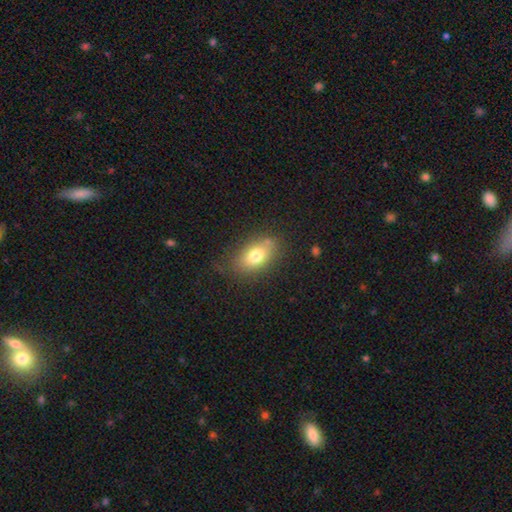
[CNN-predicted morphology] This is likely a smooth galaxy (75%). How rounded: clearly in between (86%). Merging: likely none (73%).